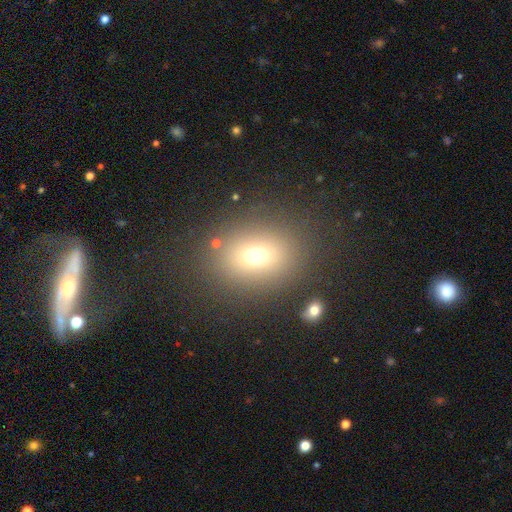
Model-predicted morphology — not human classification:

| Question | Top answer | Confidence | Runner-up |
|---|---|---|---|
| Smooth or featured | smooth | 69% | star or artifact (18%) |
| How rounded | round | 51% | in between (48%) |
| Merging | none | 82% | minor disturbance (9%) |